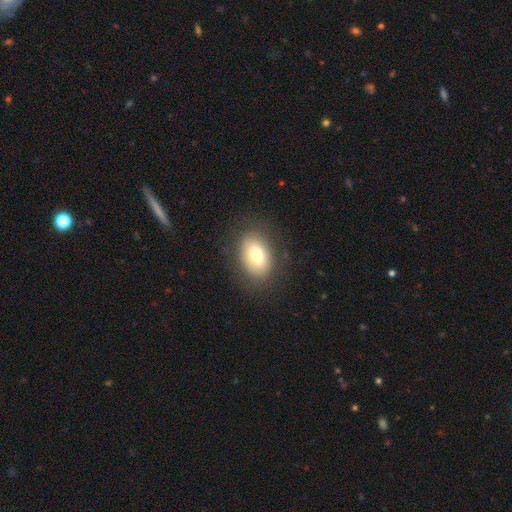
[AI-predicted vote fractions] smooth_or_featured: smooth (p=0.75) [alt: featured or disk p=0.16]
how_rounded: in between (p=0.83) [alt: round p=0.15]
merging: none (p=0.82) [alt: minor disturbance p=0.12]